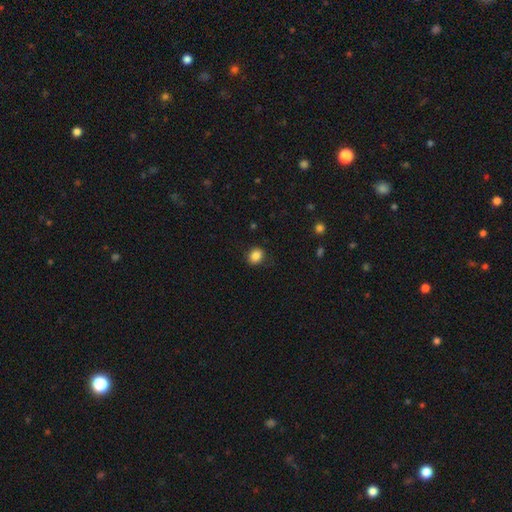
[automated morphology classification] The model was most divided on "how rounded": round: 62%, in between: 37%, cigar-shaped: 1%. More confident: smooth or featured — smooth (86%); merging — none (85%).